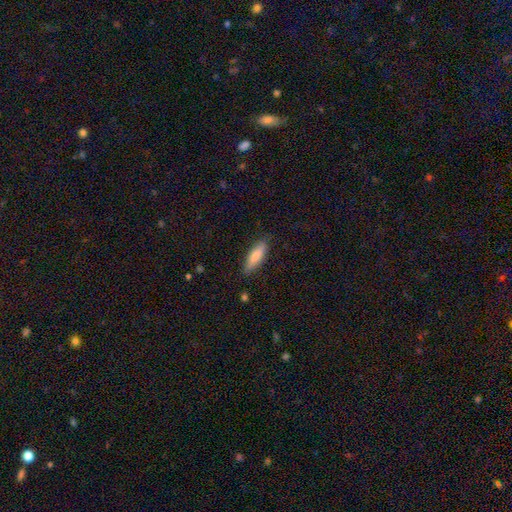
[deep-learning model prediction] Smooth or featured?
  - smooth: 79% *
  - featured or disk: 16%
  - star or artifact: 6%
How rounded?
  - cigar-shaped: 56% *
  - in between: 43%
  - round: 2%
Merging?
  - none: 84% *
  - minor disturbance: 12%
  - major disturbance: 3%
  - merger: 1%